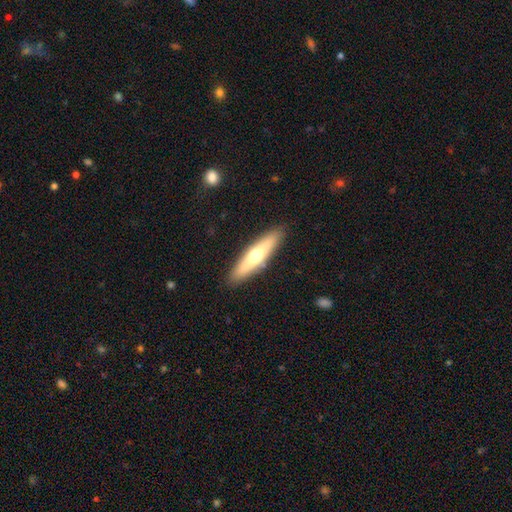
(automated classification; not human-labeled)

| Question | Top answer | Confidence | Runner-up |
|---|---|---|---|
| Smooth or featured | smooth | 52% | featured or disk (42%) |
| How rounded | cigar-shaped | 77% | in between (21%) |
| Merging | none | 89% | minor disturbance (8%) |